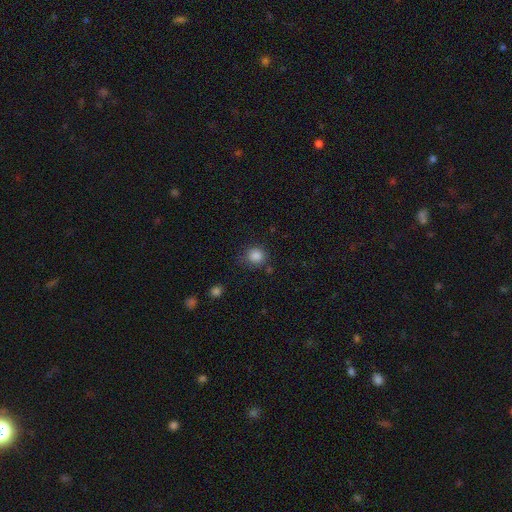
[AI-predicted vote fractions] smooth_or_featured: smooth (p=0.85) [alt: star or artifact p=0.11]
how_rounded: round (p=0.86) [alt: in between p=0.13]
merging: none (p=0.76) [alt: minor disturbance p=0.15]